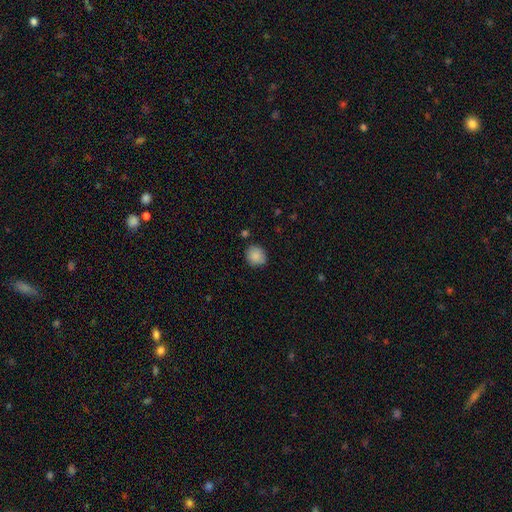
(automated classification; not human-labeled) The model was most divided on "how rounded": round: 78%, in between: 21%, cigar-shaped: 1%. More confident: smooth or featured — smooth (88%); merging — none (83%).